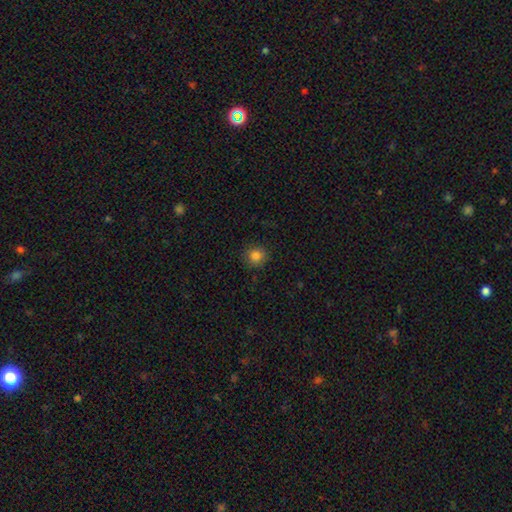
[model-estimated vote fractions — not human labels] A smooth galaxy with no disk features (83%) that is round (91%).

Vote fractions:
- Smooth or featured? smooth: 83% / star or artifact: 12% / featured or disk: 5%
- How rounded? round: 91% / in between: 8% / cigar-shaped: 1%
- Merging? none: 88% / minor disturbance: 8% / major disturbance: 2% / merger: 1%